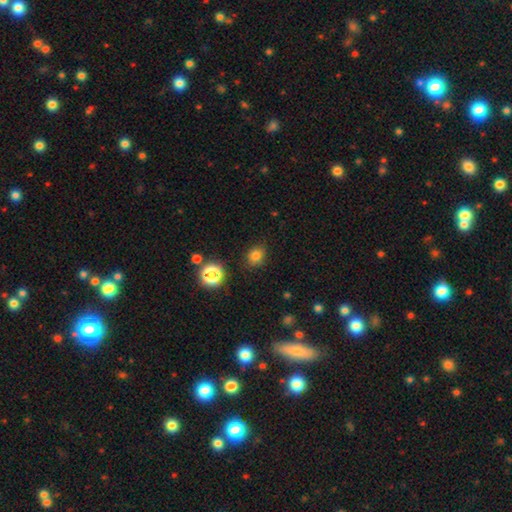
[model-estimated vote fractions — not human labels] Morphology: type=smooth (79%); roundness=round (67%); merging=none (85%).